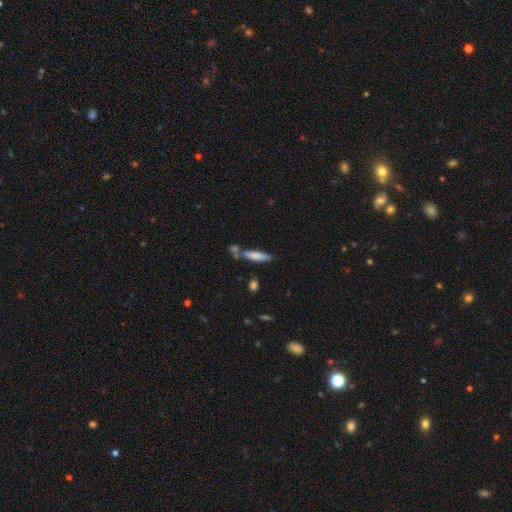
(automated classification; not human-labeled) Q: Smooth or featured?
A: smooth (73%); runner-up: featured or disk (20%)
Q: How rounded?
A: cigar-shaped (72%); runner-up: in between (26%)
Q: Merging?
A: none (56%); runner-up: merger (23%)